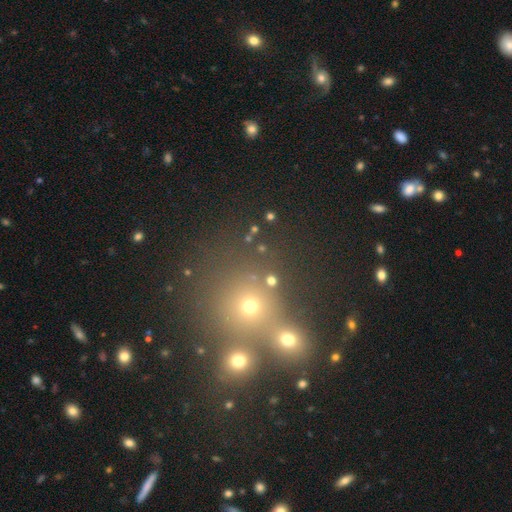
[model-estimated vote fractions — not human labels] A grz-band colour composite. It shows a star or artifact, not a galaxy (46%).